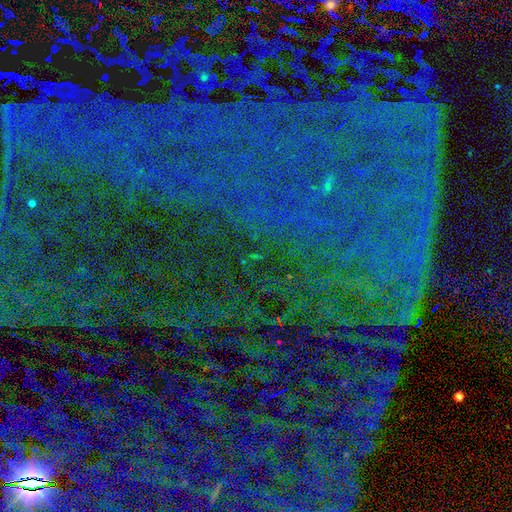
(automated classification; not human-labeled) This is clearly a star or artifact rather than a galaxy (84%).